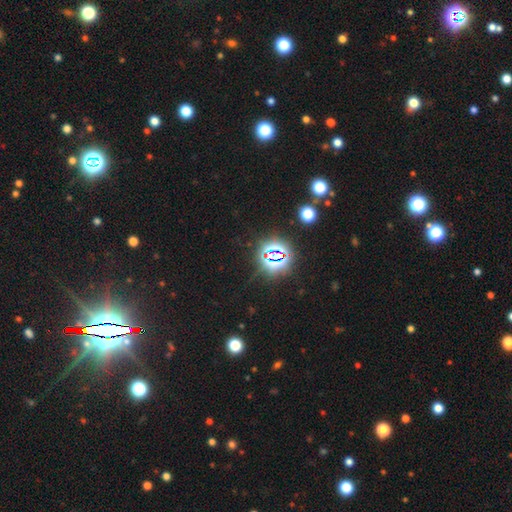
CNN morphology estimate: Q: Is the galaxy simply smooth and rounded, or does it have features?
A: star or artifact — 77%.